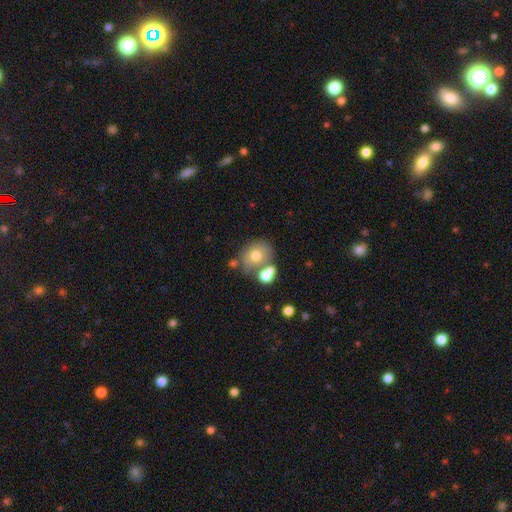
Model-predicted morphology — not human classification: Overall: smooth (67%). How rounded: round (61%; in between 38%). Merging: none (49%; merger 32%).